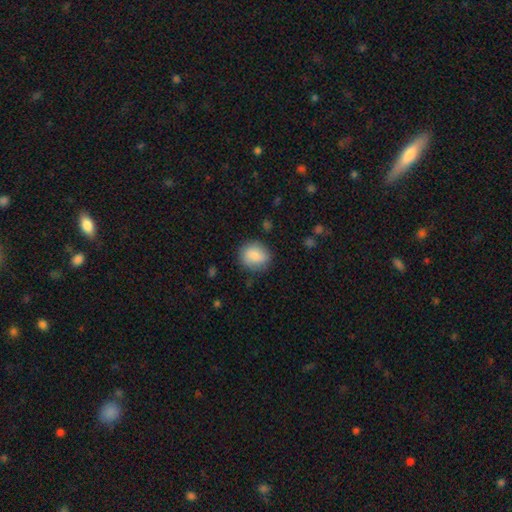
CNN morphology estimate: Smooth or featured?
  - smooth: 86% *
  - featured or disk: 7%
  - star or artifact: 7%
How rounded?
  - round: 71% *
  - in between: 28%
  - cigar-shaped: 1%
Merging?
  - none: 79% *
  - minor disturbance: 15%
  - major disturbance: 4%
  - merger: 1%